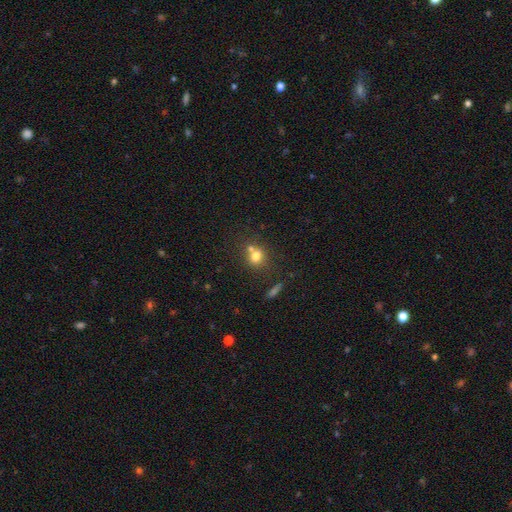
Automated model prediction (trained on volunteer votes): smooth_or_featured: smooth (p=0.73) [alt: star or artifact p=0.14]
how_rounded: round (p=0.78) [alt: in between p=0.21]
merging: none (p=0.49) [alt: merger p=0.38]